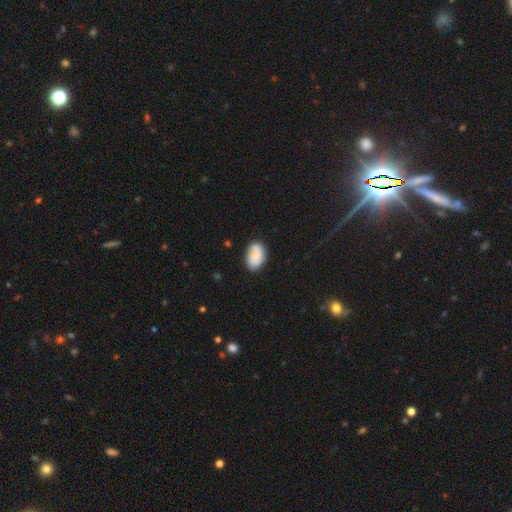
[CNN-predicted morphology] Smooth or featured: smooth — 61% (featured or disk — 32%)
How rounded: in between — 83% (round — 16%)
Merging: none — 77% (minor disturbance — 17%)